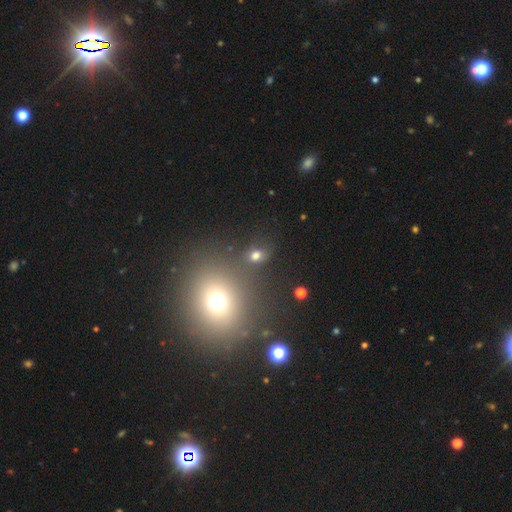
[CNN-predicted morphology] type=smooth (71%); roundness=round (52%); merging=none (72%).